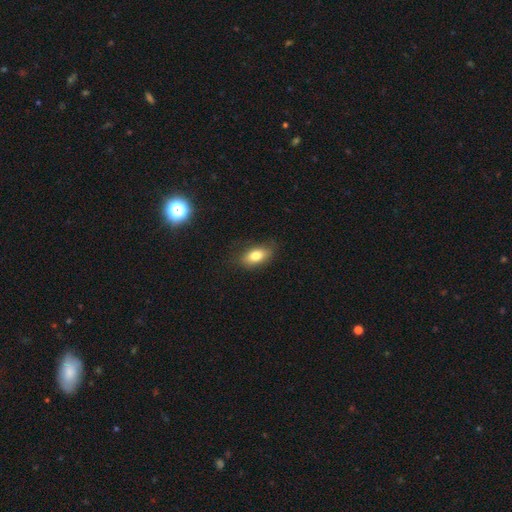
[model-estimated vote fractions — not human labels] Morphology: type=smooth (80%); roundness=in between (88%); merging=none (79%).